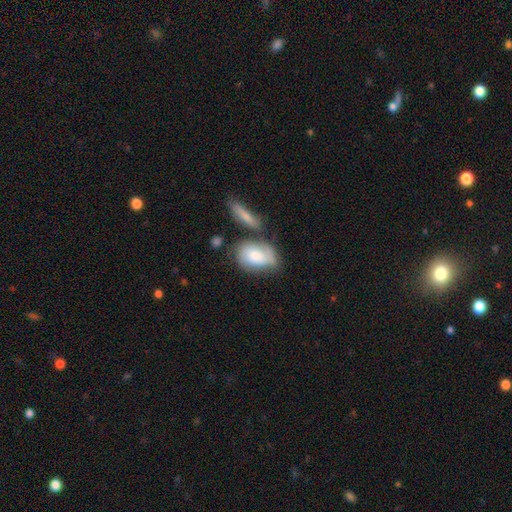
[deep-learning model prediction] A smooth galaxy with no disk features (65%) that is in between round and cigar-shaped (80%). Merging: none (41%).